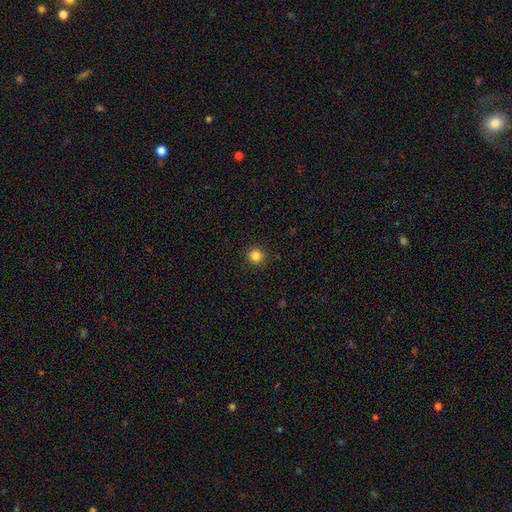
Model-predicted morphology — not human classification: Smooth or featured: smooth — 84% (star or artifact — 12%)
How rounded: round — 94% (in between — 5%)
Merging: none — 92% (minor disturbance — 6%)